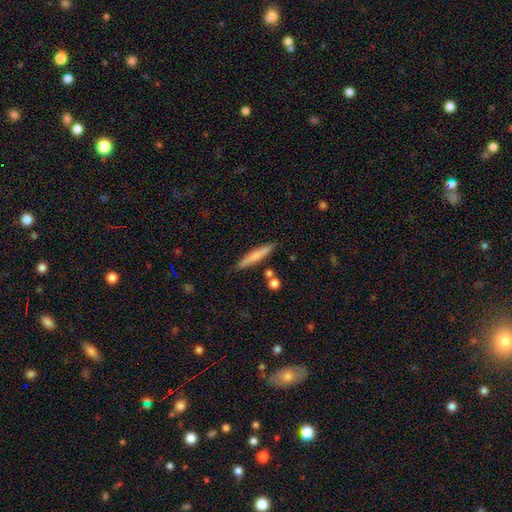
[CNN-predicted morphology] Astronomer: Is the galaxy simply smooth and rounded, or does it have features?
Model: smooth — 69%.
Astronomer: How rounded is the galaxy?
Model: cigar-shaped — 93%.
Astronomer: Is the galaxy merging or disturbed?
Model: none — 85%.